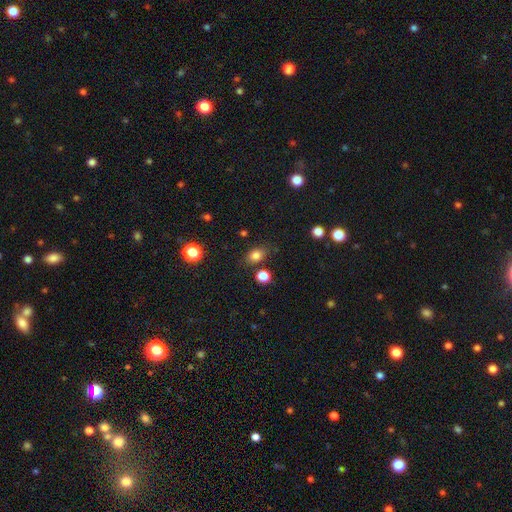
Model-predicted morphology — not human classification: Smooth or featured? Predicted: smooth (p=0.80). How rounded? Predicted: in between (p=0.58). Merging? Predicted: none (p=0.78).